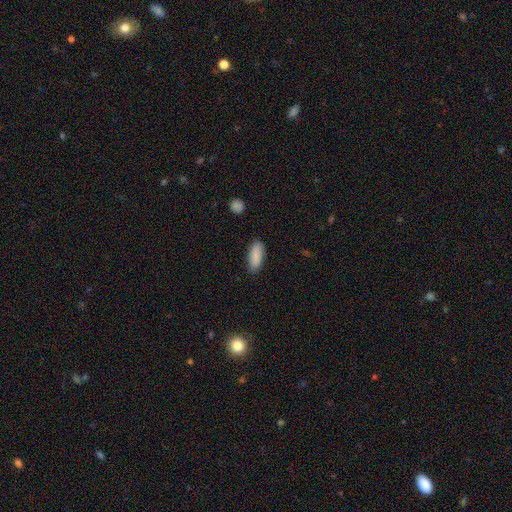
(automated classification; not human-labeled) smooth_or_featured: smooth (p=0.89) [alt: star or artifact p=0.06]
how_rounded: in between (p=0.75) [alt: cigar-shaped p=0.23]
merging: none (p=0.87) [alt: minor disturbance p=0.10]